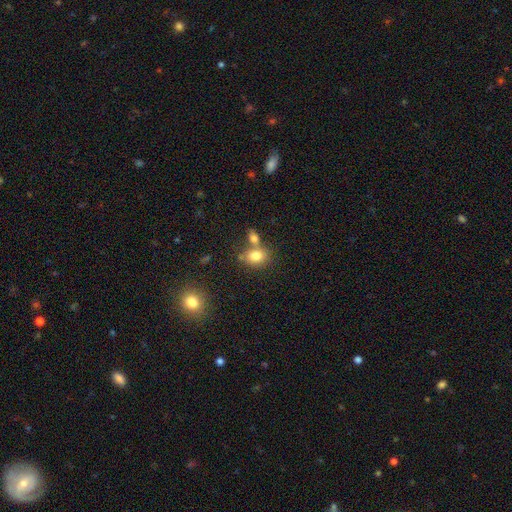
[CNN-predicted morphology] smooth_or_featured: smooth (p=0.79) [alt: featured or disk p=0.11]
how_rounded: in between (p=0.65) [alt: round p=0.33]
merging: none (p=0.47) [alt: merger p=0.36]